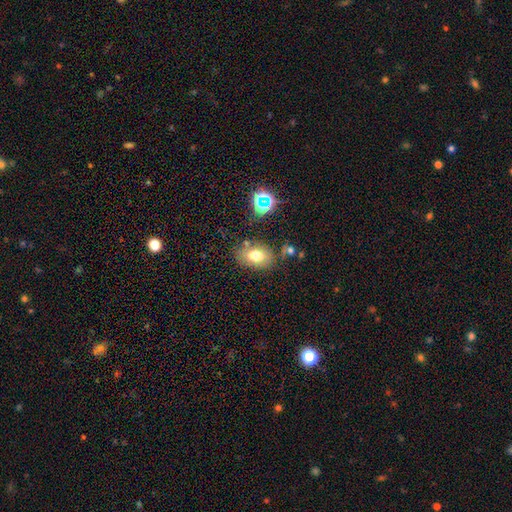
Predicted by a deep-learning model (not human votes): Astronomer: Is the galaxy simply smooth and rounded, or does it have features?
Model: smooth — 72%.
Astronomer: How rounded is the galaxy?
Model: in between — 81%.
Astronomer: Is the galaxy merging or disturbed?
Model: none — 76%.